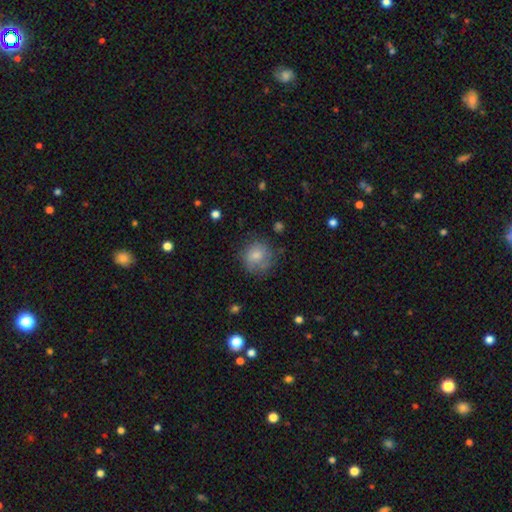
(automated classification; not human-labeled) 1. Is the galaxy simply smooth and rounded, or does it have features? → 71% smooth, 17% featured or disk, 12% star or artifact.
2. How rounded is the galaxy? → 87% round, 12% in between, 1% cigar-shaped.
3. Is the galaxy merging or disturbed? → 72% none, 20% minor disturbance, 7% major disturbance, 2% merger.